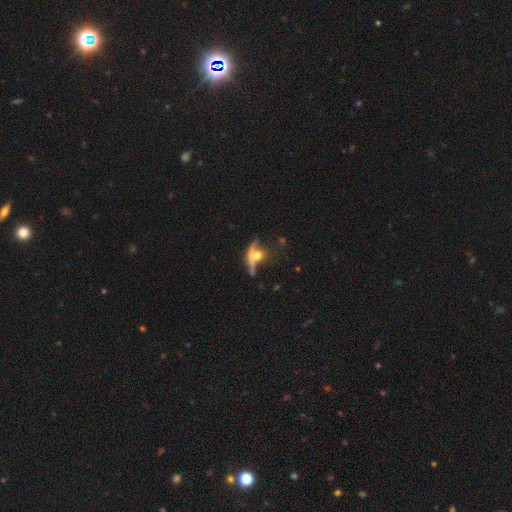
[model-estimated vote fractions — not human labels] Smooth or featured? featured or disk (47%)
Merging? none (37%)